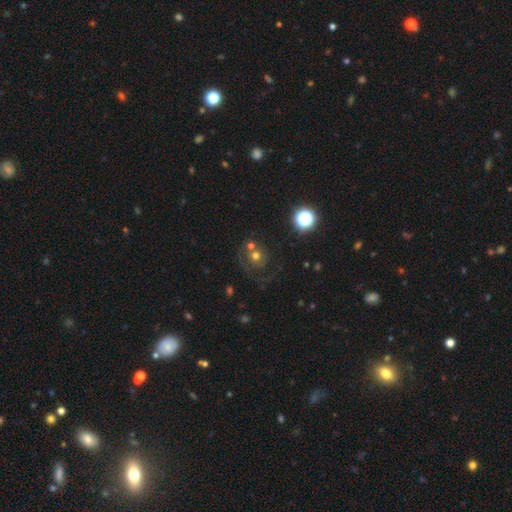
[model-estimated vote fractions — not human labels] Morphology: type=smooth (52%); roundness=round (85%); merging=none (47%).